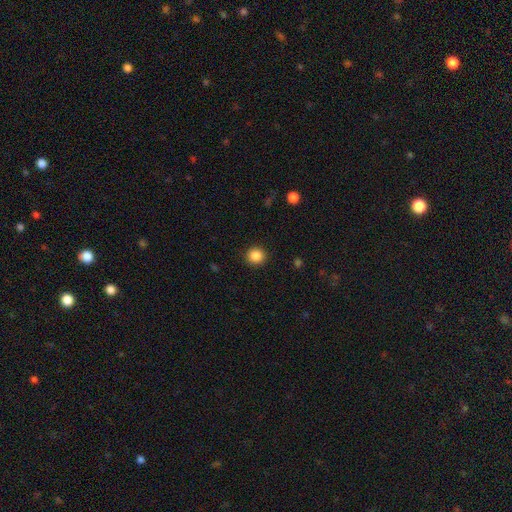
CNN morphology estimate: This is clearly a smooth galaxy (87%). How rounded: clearly round (90%). Merging: clearly none (92%).